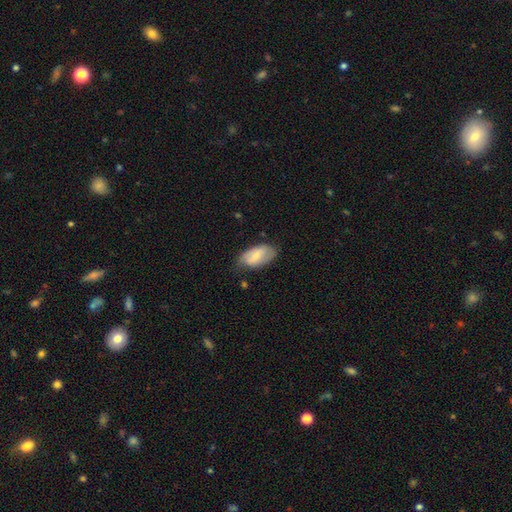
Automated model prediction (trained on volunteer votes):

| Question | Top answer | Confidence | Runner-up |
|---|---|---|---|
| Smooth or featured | smooth | 60% | featured or disk (33%) |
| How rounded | in between | 93% | round (4%) |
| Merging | none | 60% | minor disturbance (30%) |